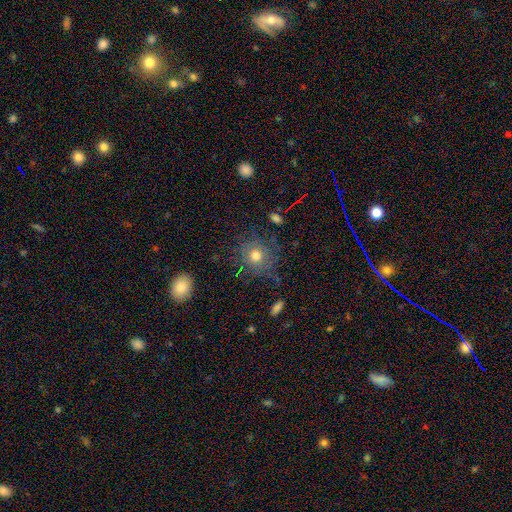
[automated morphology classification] smooth 66%, featured or disk 19%, star or artifact 15%. Down the decision tree: how rounded — round (87%); merging — none (76%).